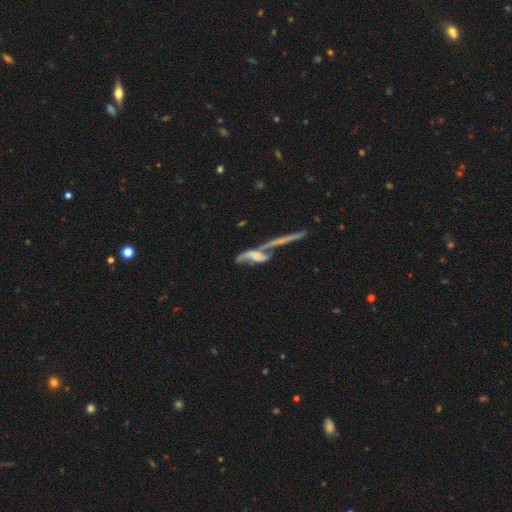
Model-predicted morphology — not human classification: Smooth or featured: featured or disk — 66% (smooth — 24%)
Edge-on disk: no — 77% (yes — 23%)
Bar: no — 68% (weak — 22%)
Spiral arms: yes — 66% (no — 34%)
Bulge size: none — 52% (small — 22%)
Merging: merger — 48% (none — 22%)